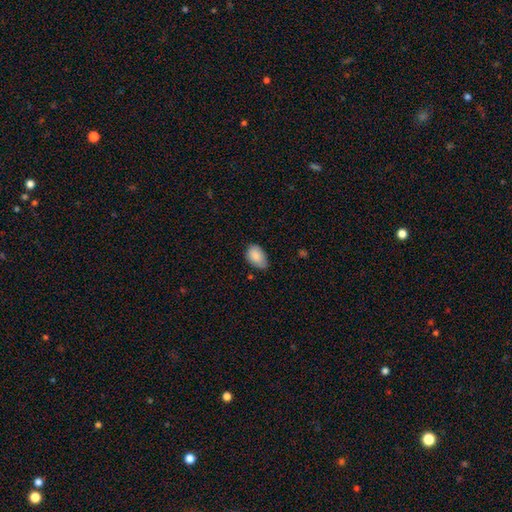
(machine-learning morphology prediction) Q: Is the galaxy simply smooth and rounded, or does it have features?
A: smooth — 86%.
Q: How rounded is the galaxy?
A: in between — 87%.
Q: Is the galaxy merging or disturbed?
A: none — 52%.